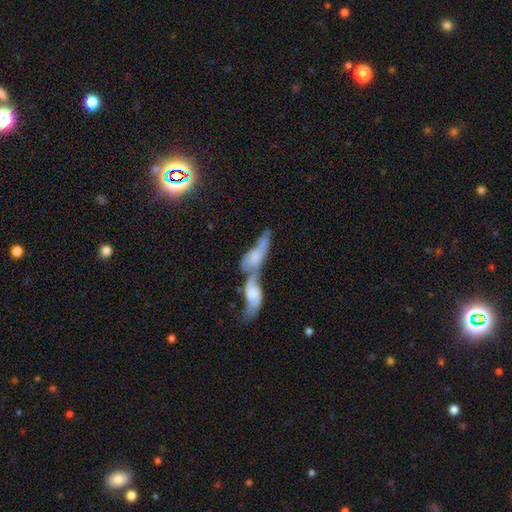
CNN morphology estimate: This appears to be a featured or disk galaxy (49%). Merging: merger (81%).